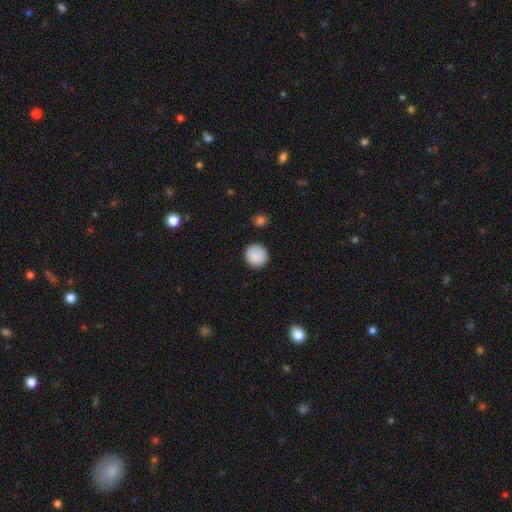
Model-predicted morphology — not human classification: This appears to be a smooth galaxy with no disk features (89%) that is round (95%). Merging: none (91%).